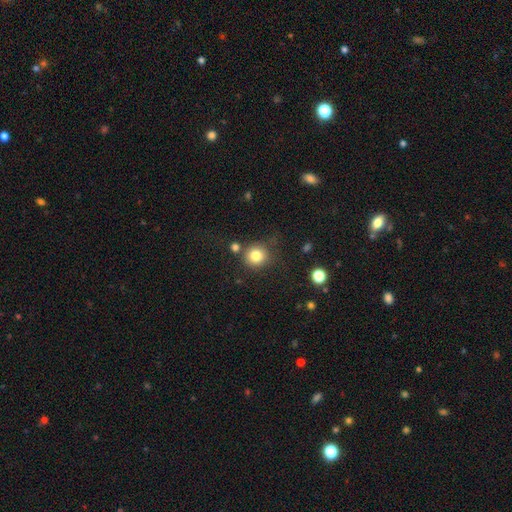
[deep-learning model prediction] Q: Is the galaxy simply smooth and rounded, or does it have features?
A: smooth — 81%.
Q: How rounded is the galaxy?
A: round — 91%.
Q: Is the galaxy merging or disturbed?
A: none — 73%.